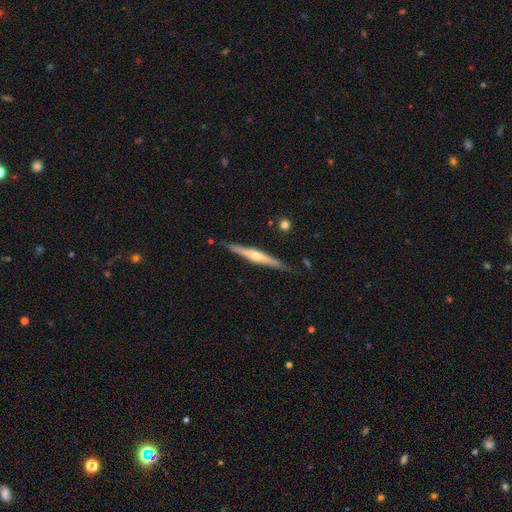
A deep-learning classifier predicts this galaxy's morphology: smooth-or-featured: featured or disk: 71% | smooth: 24% | star or artifact: 5%
  disk-edge-on: yes: 97% | no: 3%
    edge-on-bulge: rounded: 81% | none: 13% | boxy: 7%
  merging: none: 84% | minor disturbance: 12% | major disturbance: 2% | merger: 2%